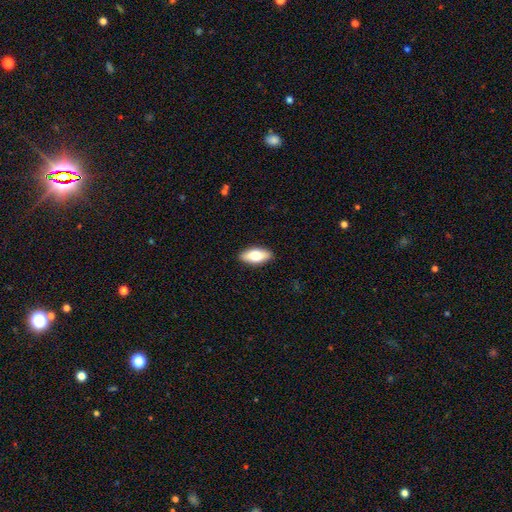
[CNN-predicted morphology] The model was most divided on "smooth or featured": smooth: 74%, featured or disk: 20%, star or artifact: 6%. More confident: merging — none (90%); how rounded — in between (83%).